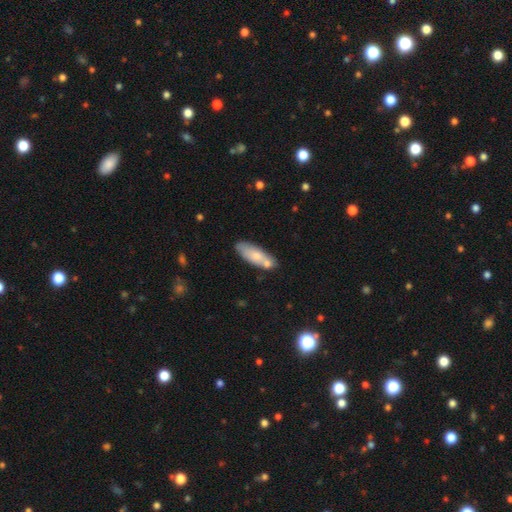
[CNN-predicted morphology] This appears to be a smooth galaxy with no disk features (72%) that is in between round and cigar-shaped (64%). Merging: none (58%).